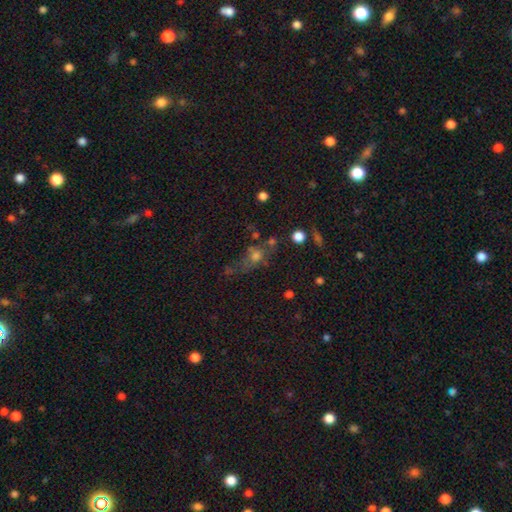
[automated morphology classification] Smooth or featured? Predicted: smooth (p=0.52). How rounded? Predicted: in between (p=0.46). Merging? Predicted: none (p=0.42).